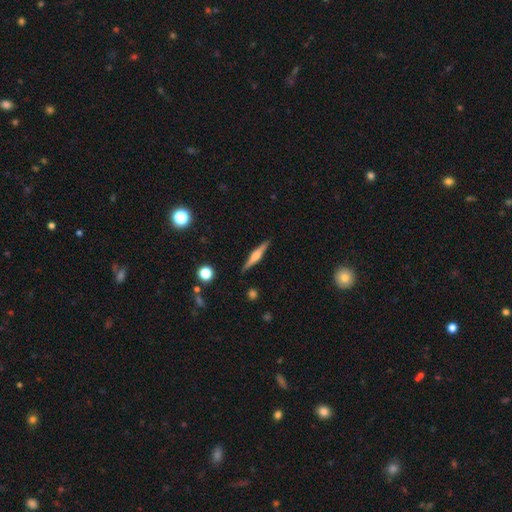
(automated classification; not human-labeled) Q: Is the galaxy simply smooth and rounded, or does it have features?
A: featured or disk — 65%.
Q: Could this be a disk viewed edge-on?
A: yes — 98%.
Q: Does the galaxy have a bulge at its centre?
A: rounded — 73%.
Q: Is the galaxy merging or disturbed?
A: none — 90%.